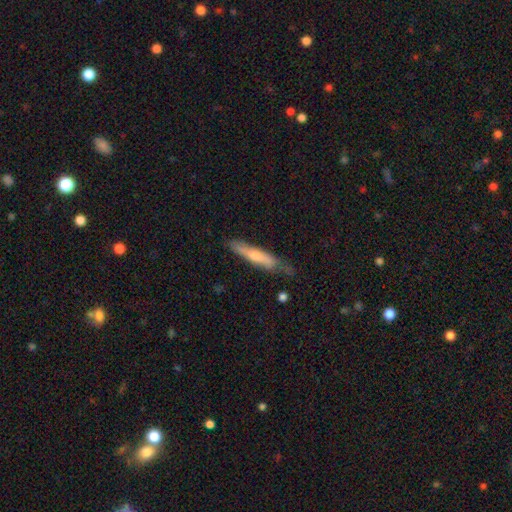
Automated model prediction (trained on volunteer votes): smooth-or-featured: smooth: 53% | featured or disk: 41% | star or artifact: 6%
  how-rounded: cigar-shaped: 88% | in between: 11% | round: 1%
  merging: none: 67% | minor disturbance: 25% | major disturbance: 5% | merger: 2%